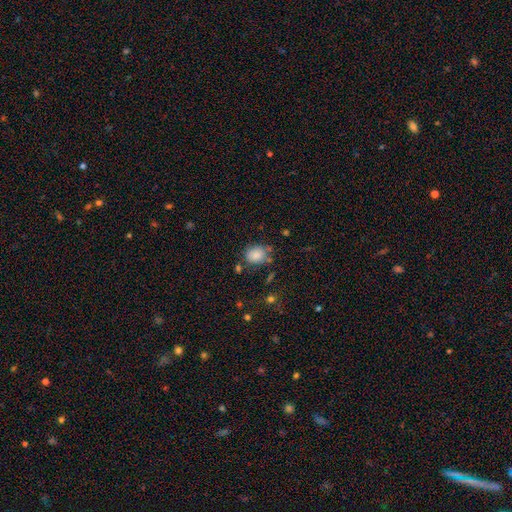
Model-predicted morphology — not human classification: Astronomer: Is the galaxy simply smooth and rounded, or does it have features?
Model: smooth — 84%.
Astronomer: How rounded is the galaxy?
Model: round — 58% (runner-up: in between, 41%).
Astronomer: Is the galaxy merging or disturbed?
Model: none — 67%.